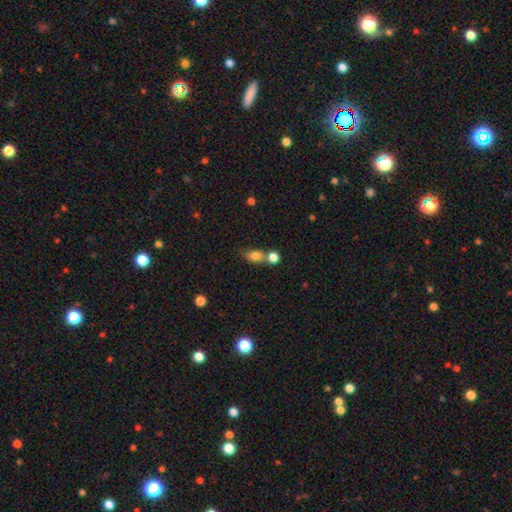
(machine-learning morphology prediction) smooth-or-featured: smooth: 81% | star or artifact: 10% | featured or disk: 9%
  how-rounded: in between: 68% | round: 28% | cigar-shaped: 4%
  merging: none: 43% | merger: 41% | minor disturbance: 11% | major disturbance: 5%